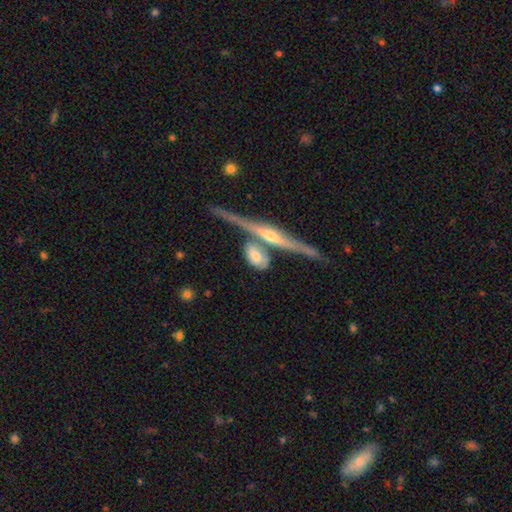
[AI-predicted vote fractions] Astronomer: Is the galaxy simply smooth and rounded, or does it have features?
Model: smooth — 49% (runner-up: featured or disk, 45%).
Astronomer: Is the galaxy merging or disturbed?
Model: none — 54%.